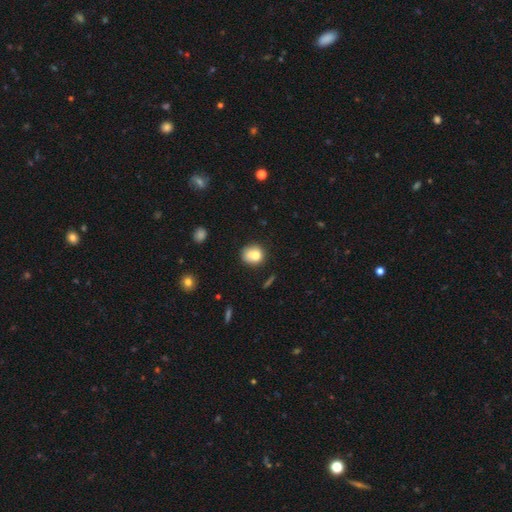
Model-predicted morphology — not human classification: The model was most divided on "merging": none: 59%, minor disturbance: 22%, merger: 12%, major disturbance: 7%. More confident: smooth or featured — smooth (76%); how rounded — round (73%).